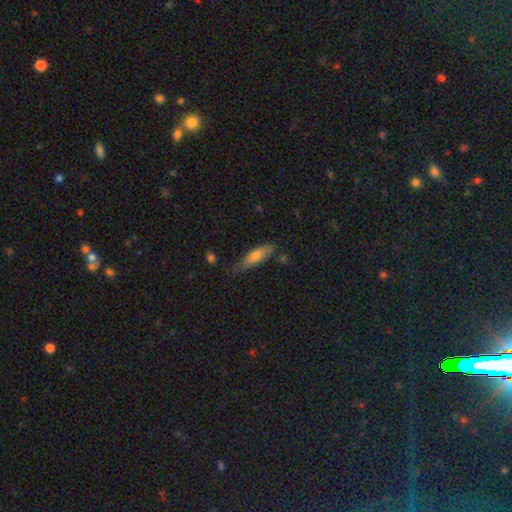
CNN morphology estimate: Smooth or featured? smooth (72%)
How rounded? cigar-shaped (52%)
Merging? none (64%)